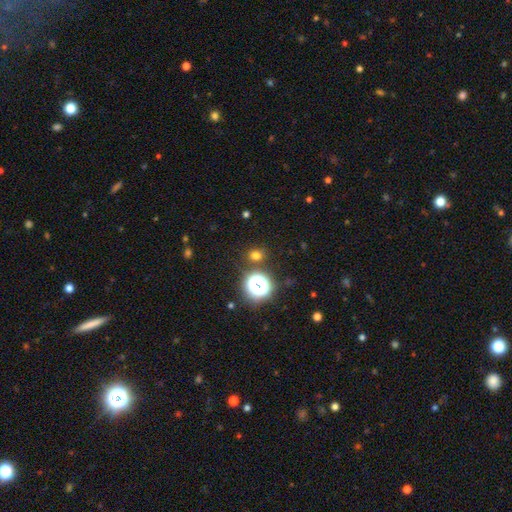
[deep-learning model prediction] Overall: smooth (67%). How rounded: round (78%). Merging: none (84%).